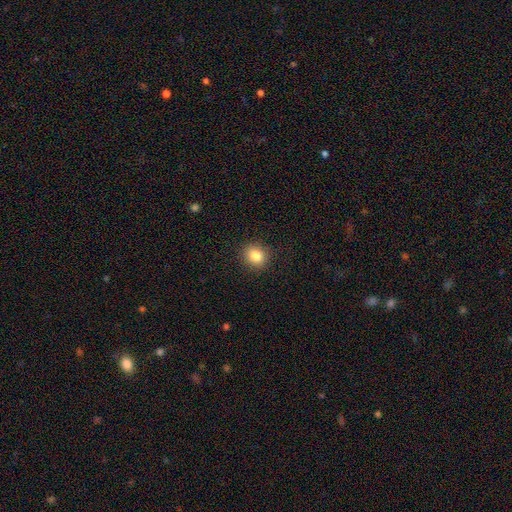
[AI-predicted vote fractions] This is clearly a smooth galaxy (84%). How rounded: likely round (77%). Merging: clearly none (90%).